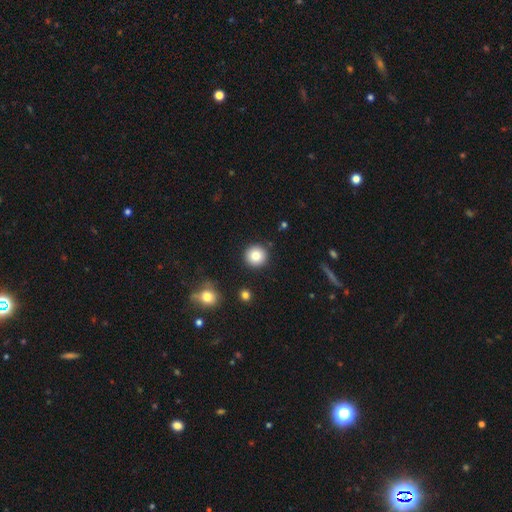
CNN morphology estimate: This appears to be a smooth galaxy with no disk features (84%) that is round (94%). Merging: none (90%).